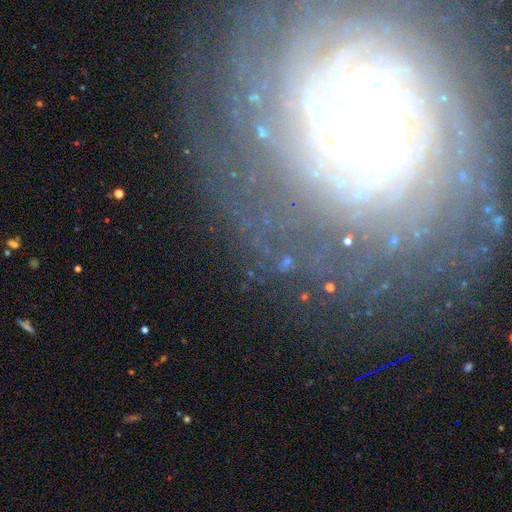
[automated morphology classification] smooth-or-featured: featured or disk: 68% | star or artifact: 21% | smooth: 12%
  disk-edge-on: no: 88% | yes: 12%
    bar: no: 65% | weak: 19% | strong: 16%
    has-spiral-arms: yes: 82% | no: 18%
    bulge-size: small: 36% | moderate: 31% | large: 18% | none: 8% | dominant: 6%
  merging: none: 76% | minor disturbance: 13% | major disturbance: 9% | merger: 3%